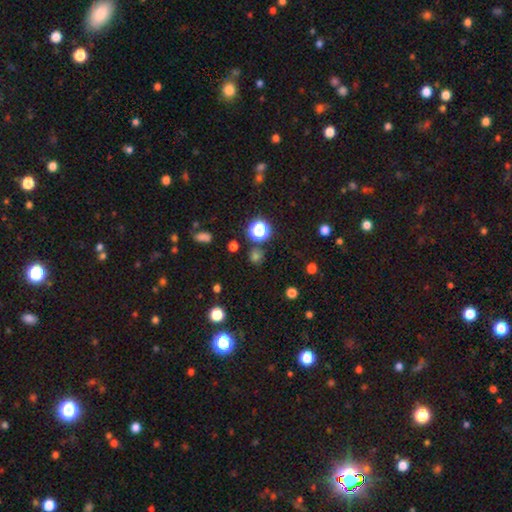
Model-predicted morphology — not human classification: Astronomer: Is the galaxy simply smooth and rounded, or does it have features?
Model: smooth — 54% (runner-up: star or artifact, 40%).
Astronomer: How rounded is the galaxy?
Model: round — 89%.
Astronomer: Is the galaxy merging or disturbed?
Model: none — 83%.